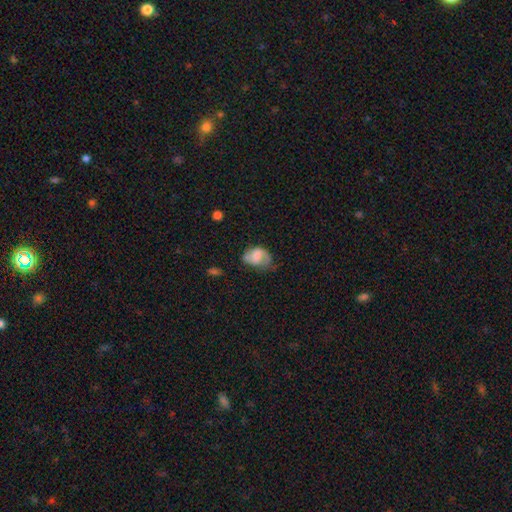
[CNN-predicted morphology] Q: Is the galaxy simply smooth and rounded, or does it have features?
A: smooth — 54%.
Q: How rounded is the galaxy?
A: in between — 75%.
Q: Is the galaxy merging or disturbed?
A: none — 41%.